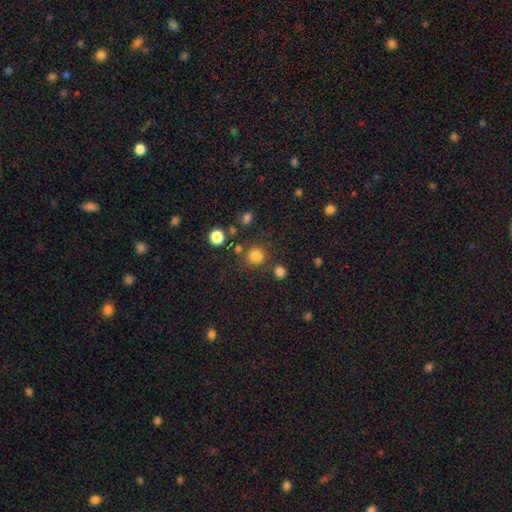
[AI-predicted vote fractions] The model was most divided on "smooth or featured": smooth: 80%, star or artifact: 15%, featured or disk: 5%. More confident: how rounded — round (89%); merging — none (77%).